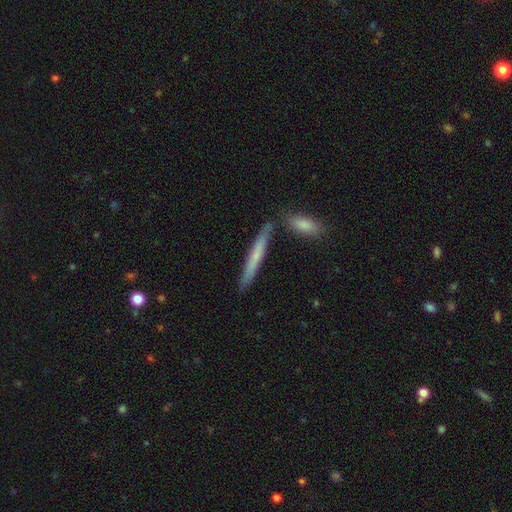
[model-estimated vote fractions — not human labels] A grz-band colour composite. It shows a smooth galaxy with no disk features (59%) that is cigar-shaped (95%). Merging: none (80%).